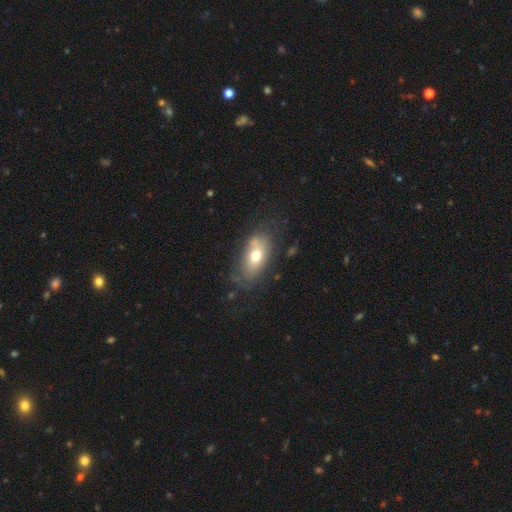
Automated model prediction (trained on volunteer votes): Smooth or featured?
  - smooth: 66% *
  - featured or disk: 25%
  - star or artifact: 9%
How rounded?
  - in between: 87% *
  - round: 7%
  - cigar-shaped: 5%
Merging?
  - none: 63% *
  - minor disturbance: 23%
  - major disturbance: 10%
  - merger: 5%